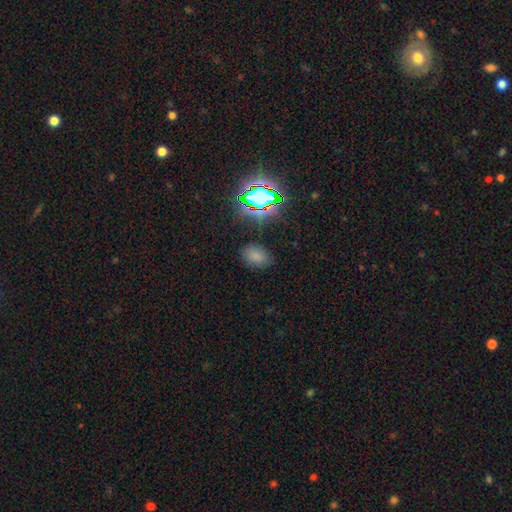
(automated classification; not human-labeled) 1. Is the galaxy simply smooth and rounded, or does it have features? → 71% smooth, 22% star or artifact, 7% featured or disk.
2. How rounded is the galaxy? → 82% in between, 16% round, 1% cigar-shaped.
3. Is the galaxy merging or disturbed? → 81% none, 13% minor disturbance, 4% major disturbance, 2% merger.